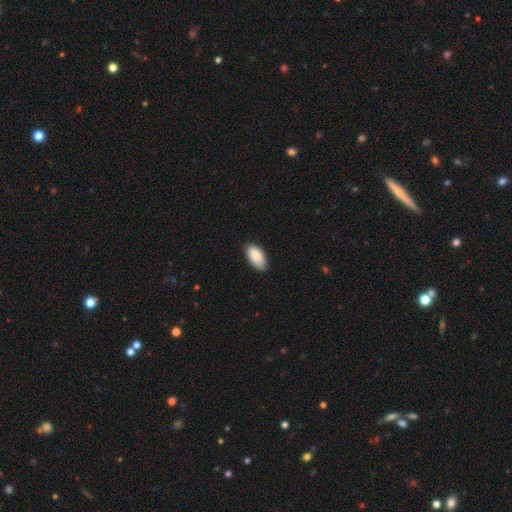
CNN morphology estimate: Smooth or featured: smooth — 88% (star or artifact — 6%)
How rounded: in between — 94% (cigar-shaped — 4%)
Merging: none — 81% (minor disturbance — 16%)